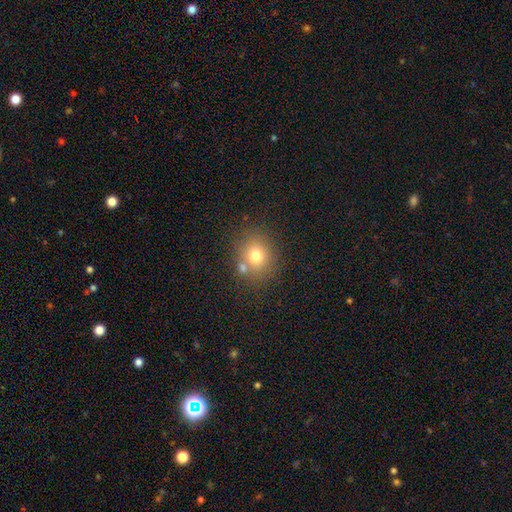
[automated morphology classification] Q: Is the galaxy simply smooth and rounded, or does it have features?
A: smooth — 73%.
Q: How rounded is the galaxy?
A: round — 74%.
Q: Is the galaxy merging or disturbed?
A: none — 69%.